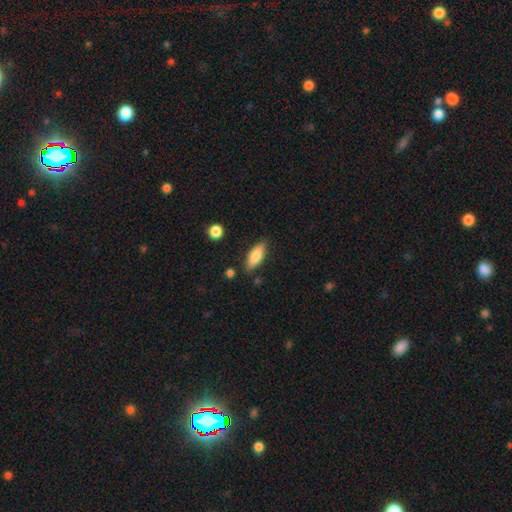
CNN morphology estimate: Smooth or featured? smooth (79%)
How rounded? in between (65%)
Merging? none (83%)